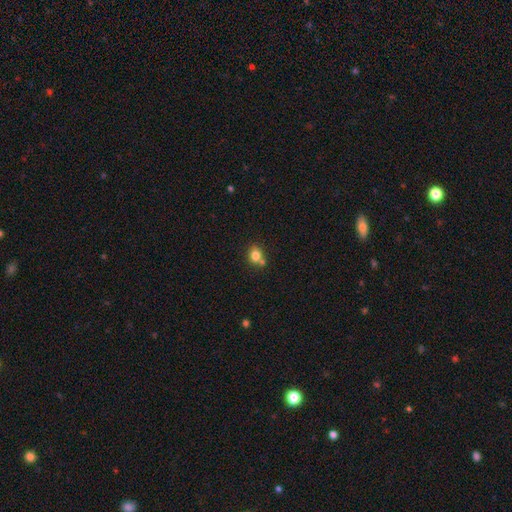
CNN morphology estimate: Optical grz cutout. It shows a smooth galaxy with no disk features (79%) that is round (68%). Merging: none (56%).